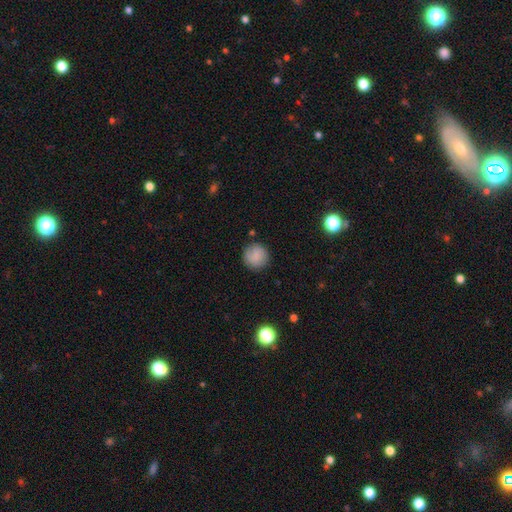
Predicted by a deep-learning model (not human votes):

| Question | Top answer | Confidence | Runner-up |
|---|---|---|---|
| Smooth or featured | smooth | 81% | featured or disk (11%) |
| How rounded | round | 92% | in between (7%) |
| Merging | none | 85% | minor disturbance (11%) |